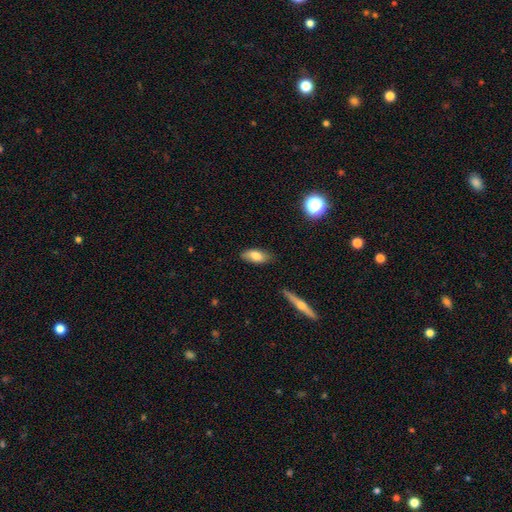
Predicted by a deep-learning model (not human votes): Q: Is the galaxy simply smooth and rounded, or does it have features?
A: smooth — 77%.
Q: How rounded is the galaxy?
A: in between — 86%.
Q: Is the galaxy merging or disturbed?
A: none — 78%.